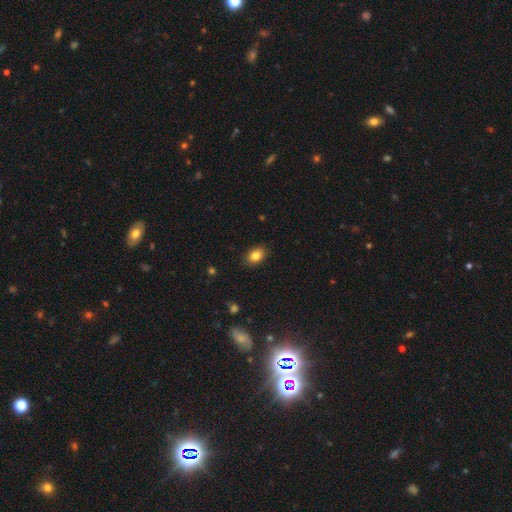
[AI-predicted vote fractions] Morphology: type=smooth (83%); roundness=in between (79%); merging=none (88%).